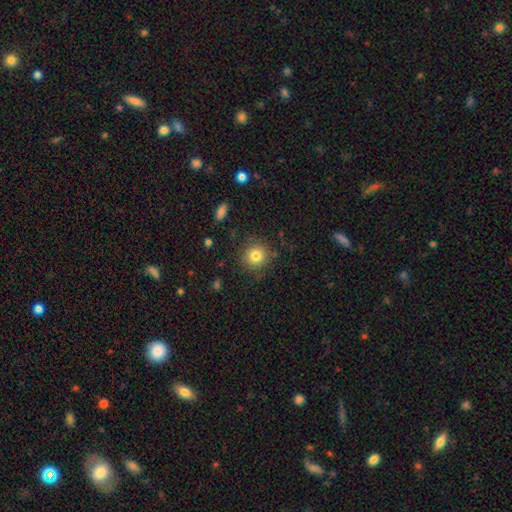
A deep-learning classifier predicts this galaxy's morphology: The model was most divided on "smooth or featured": smooth: 79%, star or artifact: 12%, featured or disk: 9%. More confident: how rounded — round (92%); merging — none (86%).